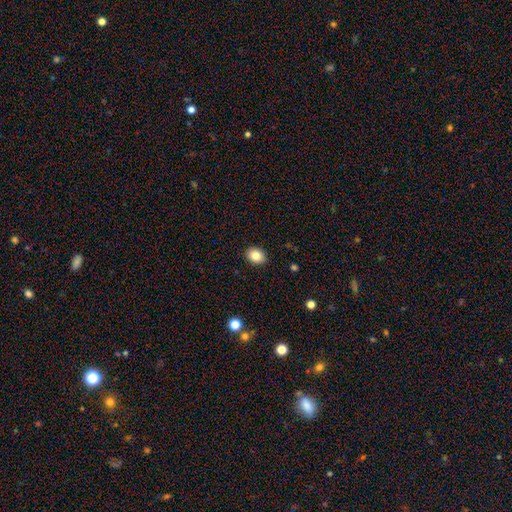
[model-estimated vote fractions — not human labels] Smooth or featured?
  - smooth: 83% *
  - star or artifact: 9%
  - featured or disk: 8%
How rounded?
  - in between: 56% *
  - round: 43%
  - cigar-shaped: 1%
Merging?
  - none: 90% *
  - minor disturbance: 7%
  - major disturbance: 2%
  - merger: 1%